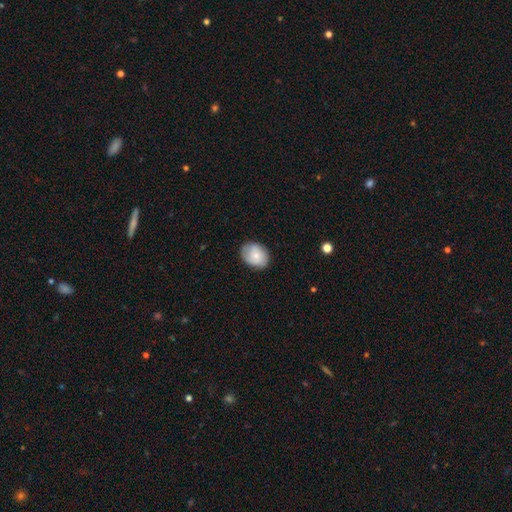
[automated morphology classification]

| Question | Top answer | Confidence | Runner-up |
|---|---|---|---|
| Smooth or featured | smooth | 71% | featured or disk (22%) |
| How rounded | in between | 62% | round (37%) |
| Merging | none | 78% | minor disturbance (17%) |